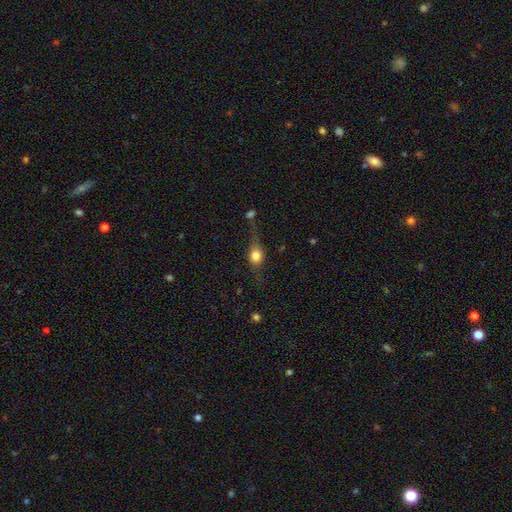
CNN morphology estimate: Smooth or featured?
  - smooth: 53% *
  - featured or disk: 36%
  - star or artifact: 10%
How rounded?
  - round: 50% *
  - in between: 40%
  - cigar-shaped: 10%
Merging?
  - none: 52% *
  - minor disturbance: 23%
  - major disturbance: 18%
  - merger: 7%